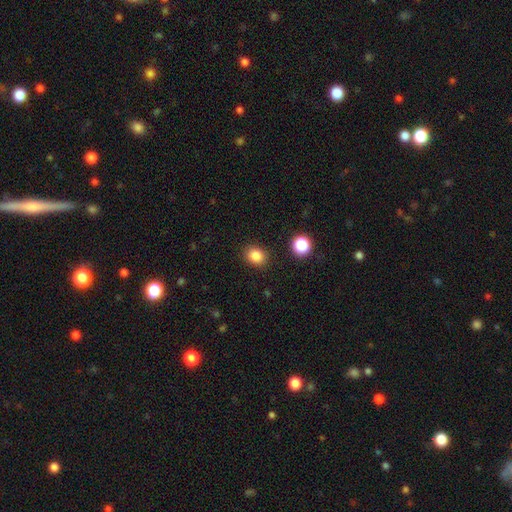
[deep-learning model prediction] This is clearly a smooth galaxy (84%). How rounded: possibly round (58%). Merging: clearly none (87%).